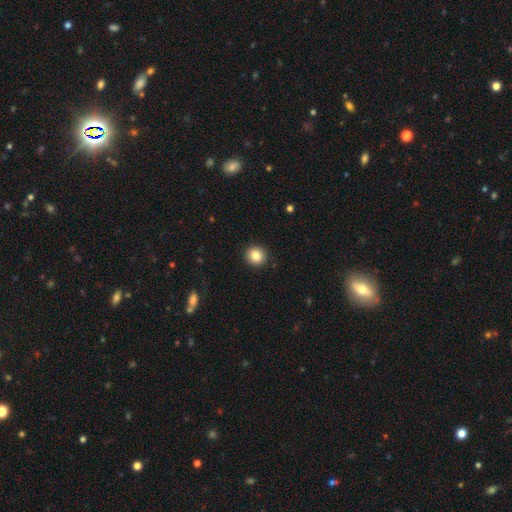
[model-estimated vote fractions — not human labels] A smooth galaxy with no disk features (84%) that is round (89%). Merging: none (92%).